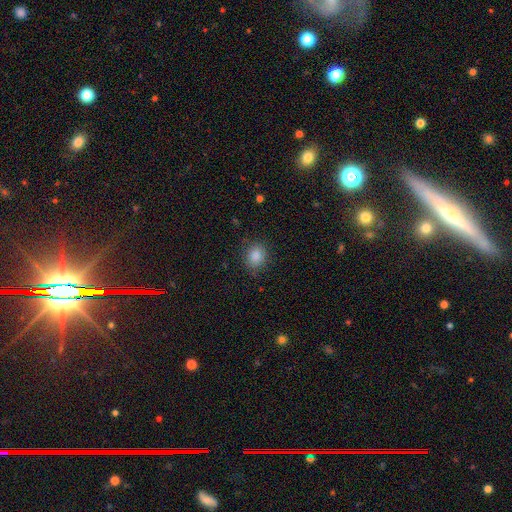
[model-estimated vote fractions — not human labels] A smooth galaxy with no disk features (86%) that is round (60%). Merging: none (84%).